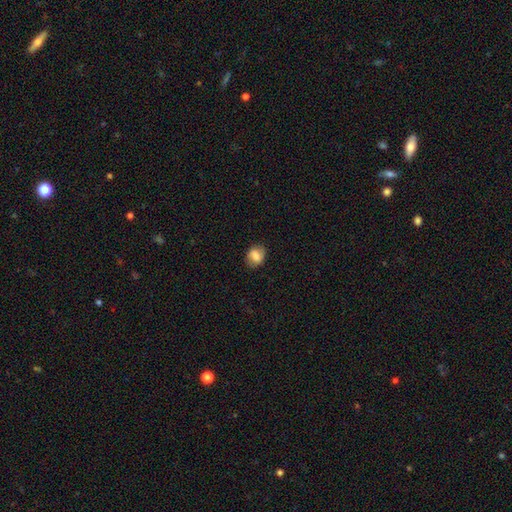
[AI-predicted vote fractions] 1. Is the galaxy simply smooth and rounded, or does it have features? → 74% smooth, 17% featured or disk, 9% star or artifact.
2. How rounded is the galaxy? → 51% in between, 48% round, 1% cigar-shaped.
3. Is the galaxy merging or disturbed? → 81% none, 14% minor disturbance, 4% major disturbance, 1% merger.